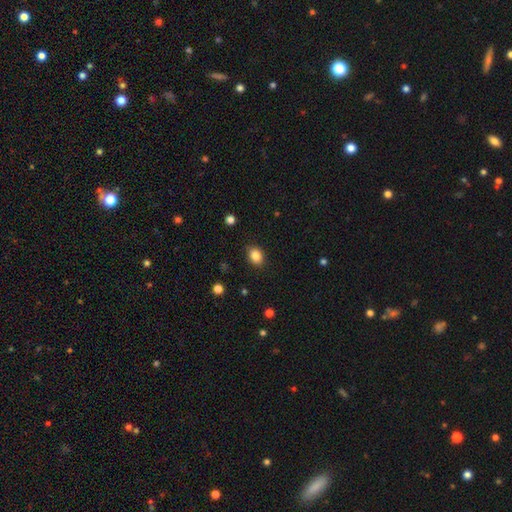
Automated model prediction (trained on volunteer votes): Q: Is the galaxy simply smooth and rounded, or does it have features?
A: smooth — 86%.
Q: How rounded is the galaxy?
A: in between — 64%.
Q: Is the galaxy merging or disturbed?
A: none — 86%.